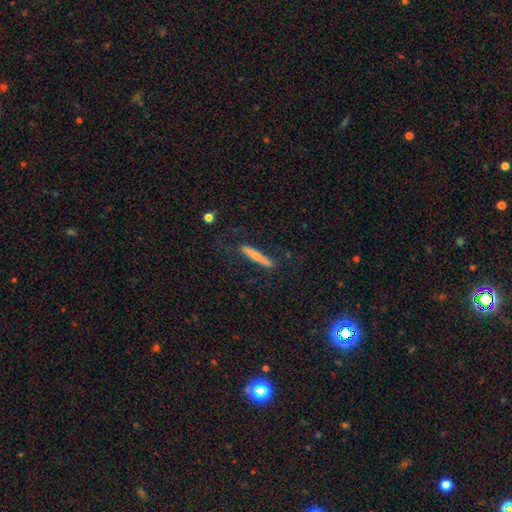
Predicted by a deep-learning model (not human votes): Q: Smooth or featured?
A: smooth (66%); runner-up: featured or disk (28%)
Q: How rounded?
A: cigar-shaped (95%); runner-up: in between (4%)
Q: Merging?
A: none (75%); runner-up: minor disturbance (17%)